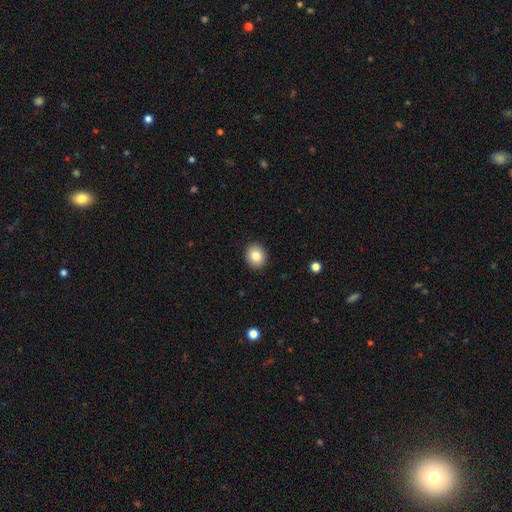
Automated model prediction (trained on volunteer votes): smooth-or-featured: smooth: 83% | star or artifact: 9% | featured or disk: 8%
  how-rounded: round: 68% | in between: 31% | cigar-shaped: 1%
  merging: none: 91% | minor disturbance: 6% | major disturbance: 2% | merger: 1%